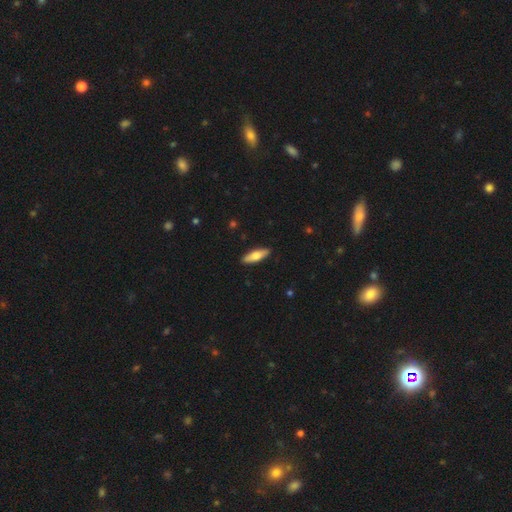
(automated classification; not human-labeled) Morphology: type=smooth (65%); roundness=cigar-shaped (49%, tied with in between); merging=none (90%).